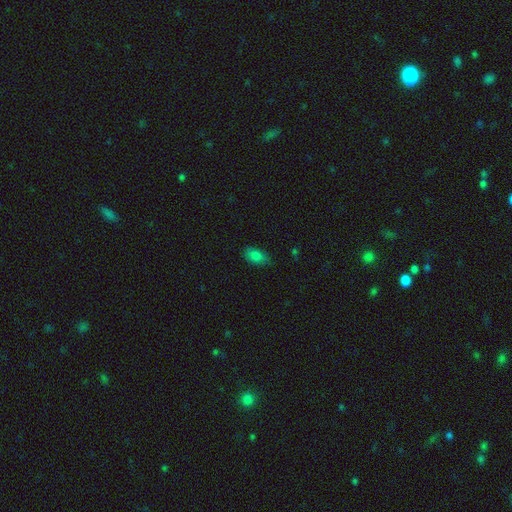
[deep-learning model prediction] smooth 82%, star or artifact 10%, featured or disk 8%. Down the decision tree: how rounded — in between (90%); merging — none (73%).